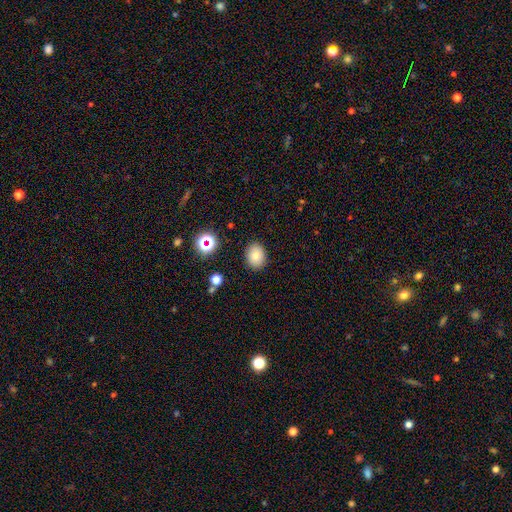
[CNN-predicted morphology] Smooth or featured? Predicted: smooth (p=0.78). How rounded? Predicted: in between (p=0.55). Merging? Predicted: none (p=0.87).